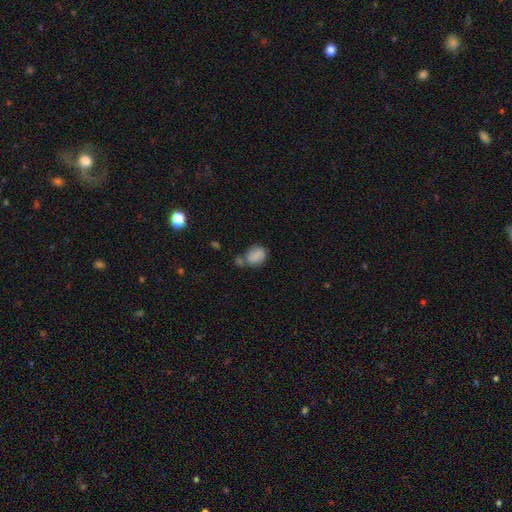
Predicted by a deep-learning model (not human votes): A smooth galaxy with no disk features (79%) that is in between round and cigar-shaped (62%). Merging: none (41%).